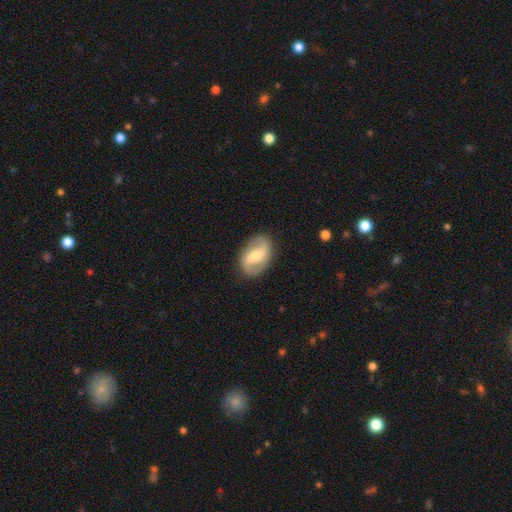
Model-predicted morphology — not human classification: Smooth or featured: featured or disk — 73% (smooth — 22%)
Edge-on disk: no — 96% (yes — 4%)
Bar: weak — 44% (strong — 34%)
Spiral arms: yes — 87% (no — 13%)
Spiral winding: loose — 50% (medium — 35%)
Spiral arm count: 2 — 91% (can't tell — 4%)
Bulge size: moderate — 54% (small — 36%)
Merging: none — 84% (minor disturbance — 11%)